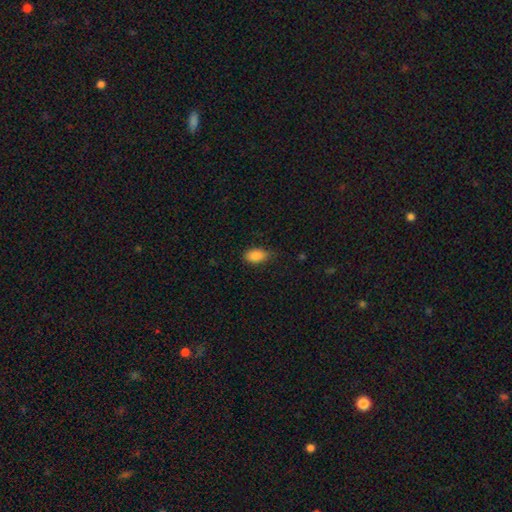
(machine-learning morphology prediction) A smooth galaxy with no disk features (87%) that is in between round and cigar-shaped (90%). Merging: none (72%).